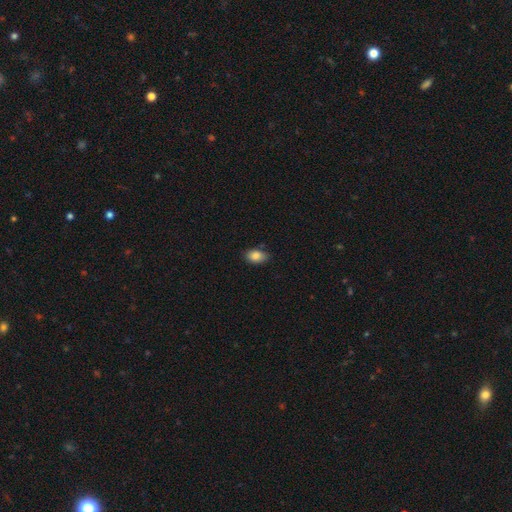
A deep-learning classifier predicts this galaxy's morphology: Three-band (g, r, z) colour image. It shows a smooth galaxy with no disk features (85%) that is in between round and cigar-shaped (87%). Merging: none (80%).